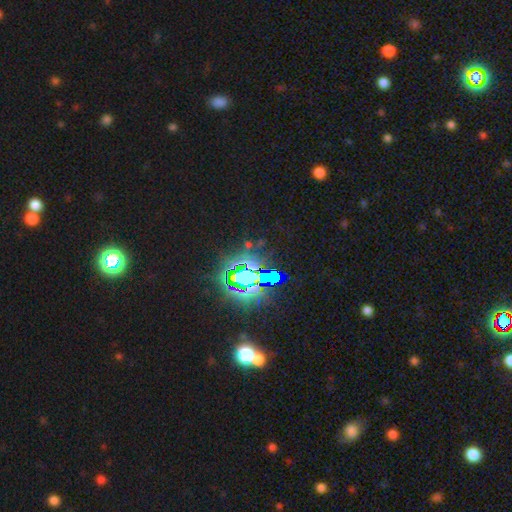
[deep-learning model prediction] This appears to be a star or artifact, not a galaxy (83%).